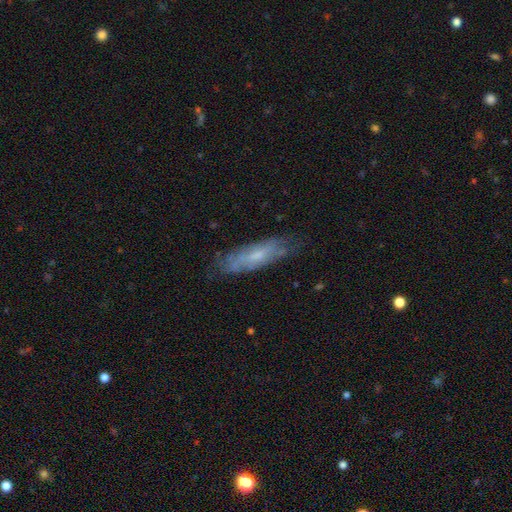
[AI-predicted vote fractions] Smooth or featured: featured or disk — 50% (smooth — 42%)
Edge-on disk: no — 61% (yes — 39%)
Merging: none — 69% (minor disturbance — 22%)